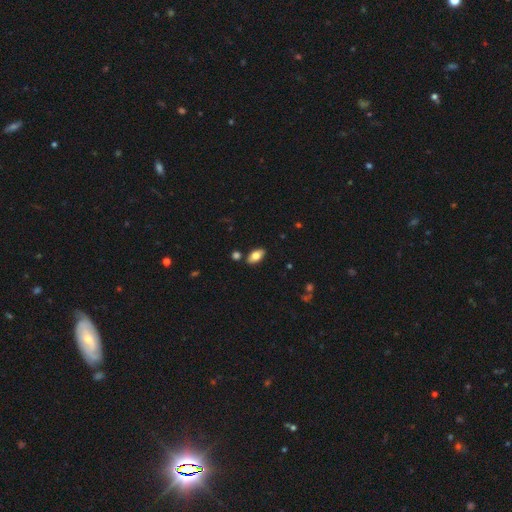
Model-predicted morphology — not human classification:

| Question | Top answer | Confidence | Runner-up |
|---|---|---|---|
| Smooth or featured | smooth | 78% | featured or disk (15%) |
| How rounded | in between | 92% | cigar-shaped (5%) |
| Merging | none | 85% | minor disturbance (9%) |